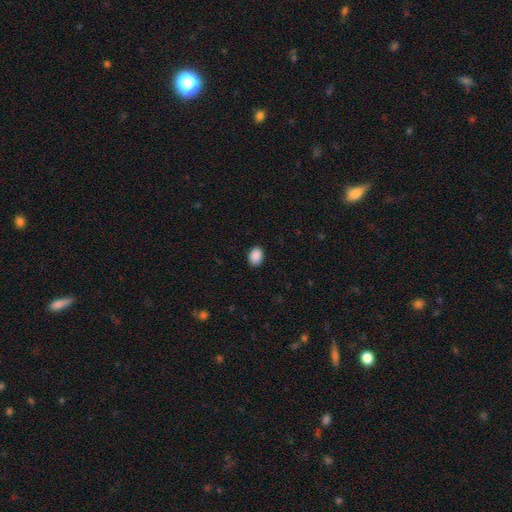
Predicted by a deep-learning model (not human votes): smooth-or-featured: smooth: 90% | star or artifact: 8% | featured or disk: 2%
  how-rounded: in between: 72% | round: 27% | cigar-shaped: 1%
  merging: none: 90% | minor disturbance: 8% | major disturbance: 2% | merger: 1%